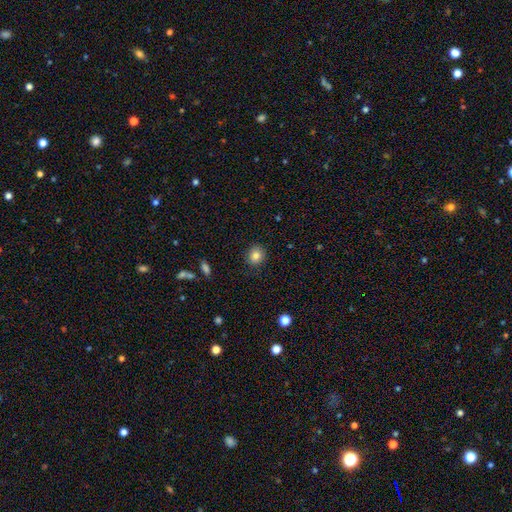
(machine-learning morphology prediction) smooth_or_featured: smooth (p=0.83) [alt: star or artifact p=0.10]
how_rounded: round (p=0.75) [alt: in between p=0.24]
merging: none (p=0.85) [alt: minor disturbance p=0.10]